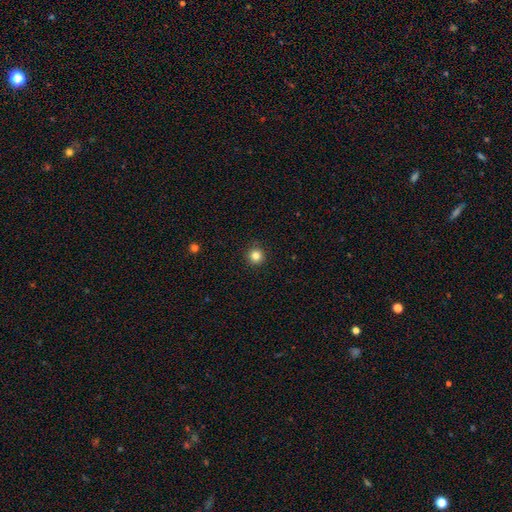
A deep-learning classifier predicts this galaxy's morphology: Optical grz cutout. It shows a smooth galaxy with no disk features (83%) that is round (95%). Merging: none (92%).